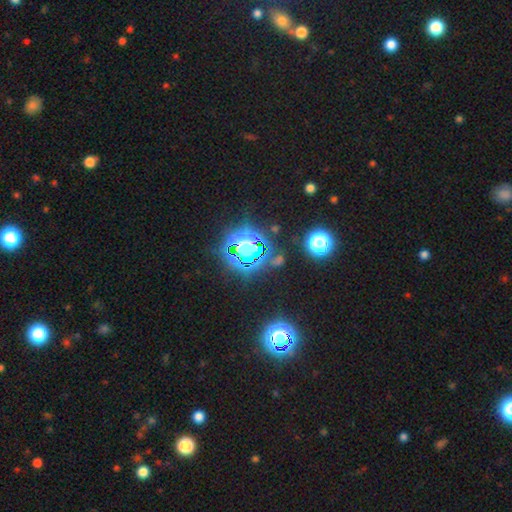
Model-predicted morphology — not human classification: Overall: star or artifact (81%).